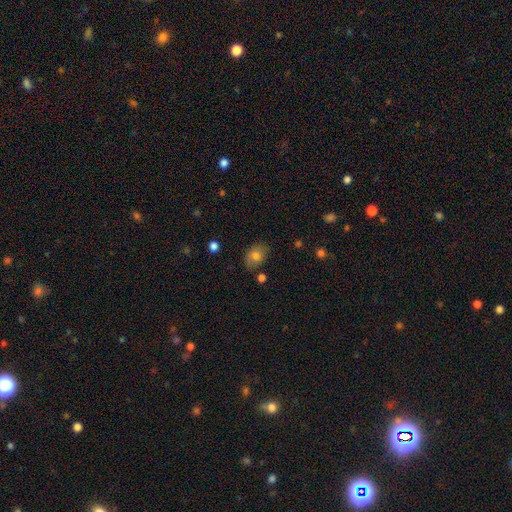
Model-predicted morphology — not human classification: A smooth galaxy with no disk features (74%) that is in between round and cigar-shaped (75%).

Vote fractions:
- Smooth or featured? smooth: 74% / featured or disk: 17% / star or artifact: 9%
- How rounded? in between: 75% / round: 24% / cigar-shaped: 1%
- Merging? none: 73% / minor disturbance: 19% / major disturbance: 5% / merger: 3%